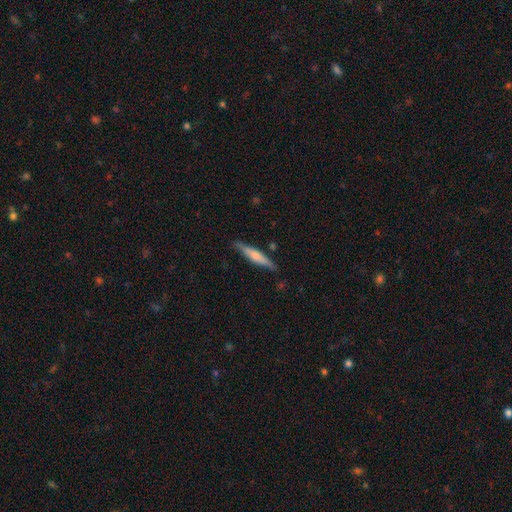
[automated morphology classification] Q: Smooth or featured?
A: smooth (50%); runner-up: featured or disk (44%)
Q: How rounded?
A: cigar-shaped (89%); runner-up: in between (9%)
Q: Merging?
A: none (85%); runner-up: minor disturbance (11%)